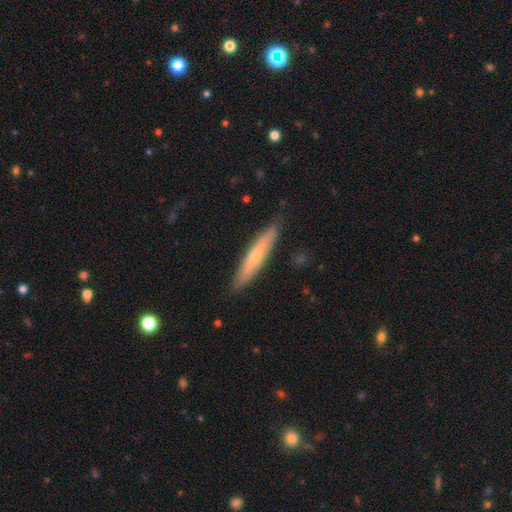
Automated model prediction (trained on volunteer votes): A featured or disk galaxy (47%, tied with smooth).

Vote fractions:
- Smooth or featured? featured or disk: 47% (tied) / smooth: 47% (tied) / star or artifact: 6%
- Merging? none: 87% / minor disturbance: 10% / major disturbance: 2% / merger: 1%